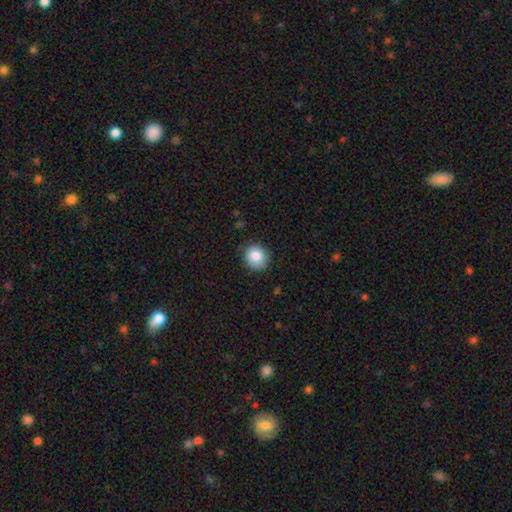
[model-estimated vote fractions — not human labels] Smooth or featured: smooth — 84% (star or artifact — 9%)
How rounded: round — 83% (in between — 16%)
Merging: none — 84% (minor disturbance — 12%)